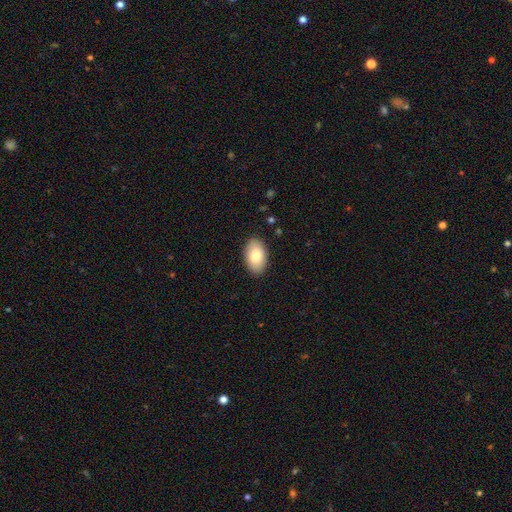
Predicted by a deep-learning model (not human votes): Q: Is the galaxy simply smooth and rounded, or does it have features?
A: smooth — 84%.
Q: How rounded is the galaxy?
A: in between — 94%.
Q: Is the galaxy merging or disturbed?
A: none — 88%.